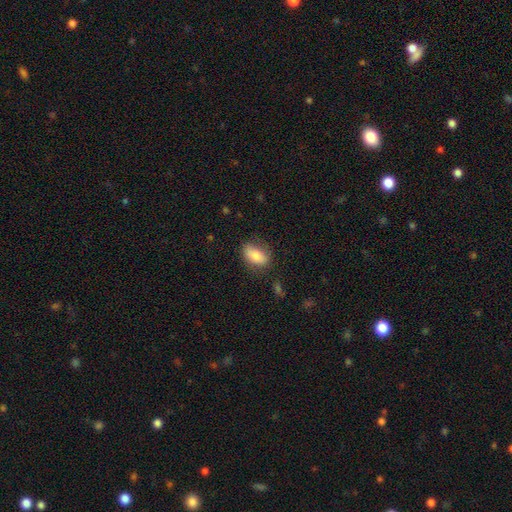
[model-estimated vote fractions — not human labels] A smooth galaxy with no disk features (81%) that is in between round and cigar-shaped (89%).

Vote fractions:
- Smooth or featured? smooth: 81% / featured or disk: 12% / star or artifact: 7%
- How rounded? in between: 89% / round: 8% / cigar-shaped: 4%
- Merging? none: 72% / minor disturbance: 20% / major disturbance: 6% / merger: 2%